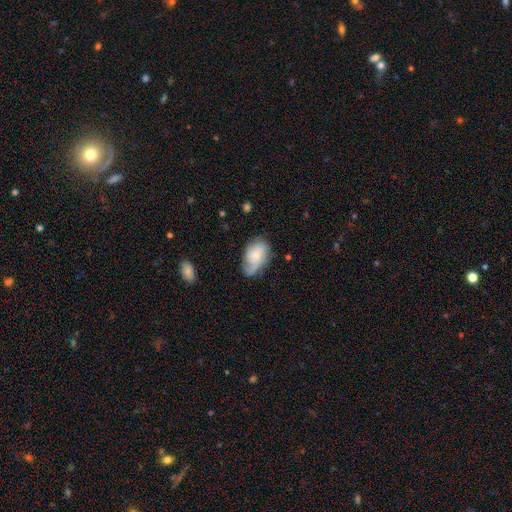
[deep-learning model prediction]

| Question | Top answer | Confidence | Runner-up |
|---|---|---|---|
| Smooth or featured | featured or disk | 59% | smooth (34%) |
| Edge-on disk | no | 96% | yes (4%) |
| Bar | no | 71% | weak (26%) |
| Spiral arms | yes | 90% | no (10%) |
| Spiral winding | medium | 41% | tight (30%) |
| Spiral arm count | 2 | 32% | can't tell (22%) |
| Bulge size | small | 49% | moderate (37%) |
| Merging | none | 59% | minor disturbance (27%) |